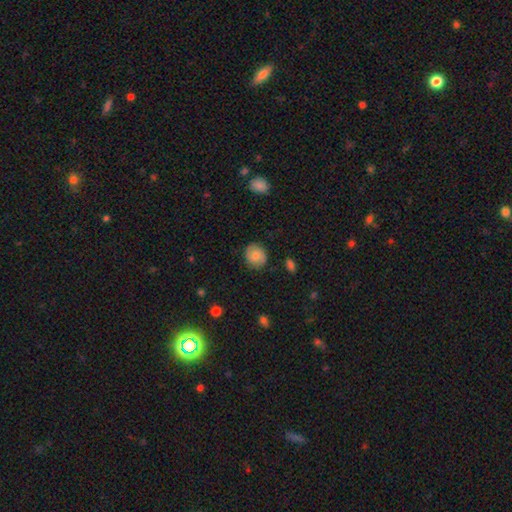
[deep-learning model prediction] This appears to be a smooth galaxy with no disk features (61%) that is round (75%). Merging: none (83%).